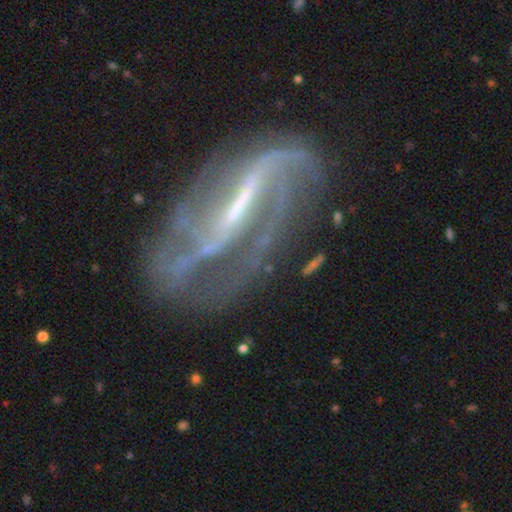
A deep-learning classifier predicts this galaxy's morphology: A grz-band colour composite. It shows a featured or disk galaxy (87%) with a strong bar (61%), 2 (54%) loose (42%) spiral arms (93%) and a small central bulge (52%). Merging: none (55%).